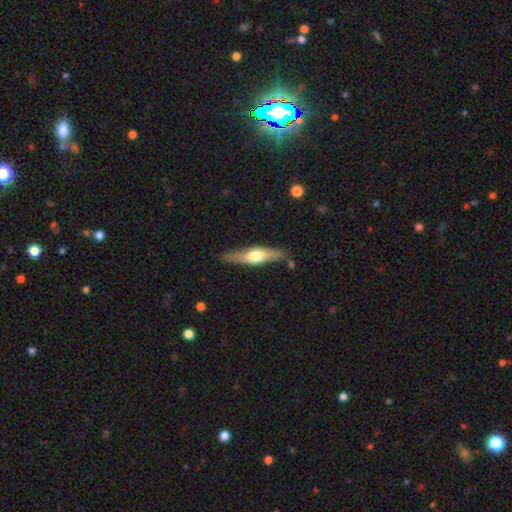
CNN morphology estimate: This is possibly a featured or disk galaxy (56%). It is clearly viewed edge-on (92%). Edge-on bulge: clearly rounded (92%). Merging: clearly none (82%).